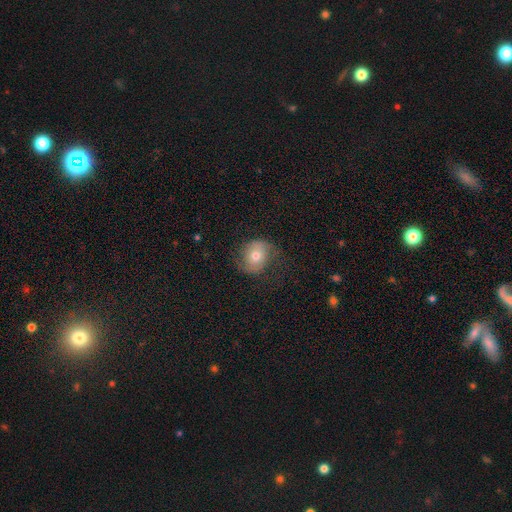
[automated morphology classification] Smooth or featured? smooth (51%)
How rounded? round (66%)
Merging? none (62%)